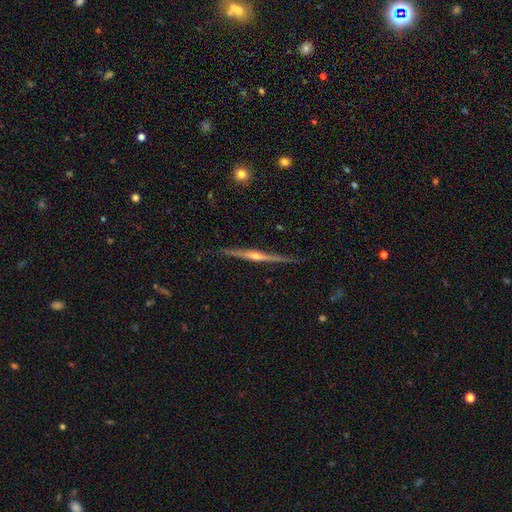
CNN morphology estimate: Smooth or featured: featured or disk — 84% (smooth — 10%)
Edge-on disk: yes — 98% (no — 2%)
Edge-on bulge: rounded — 88% (none — 8%)
Merging: none — 87% (minor disturbance — 10%)